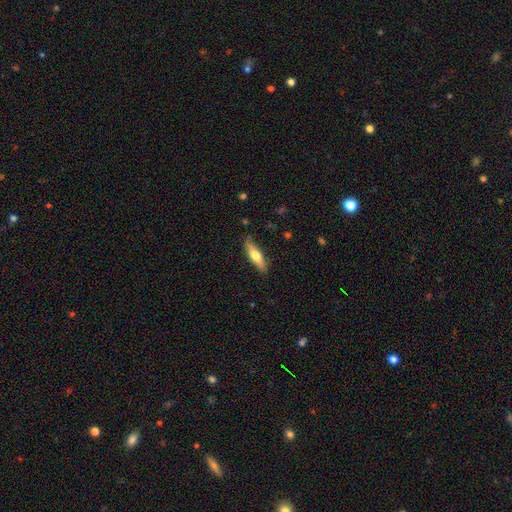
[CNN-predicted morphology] Overall: smooth (60%; featured or disk 35%). How rounded: cigar-shaped (67%; in between 31%). Merging: none (85%).